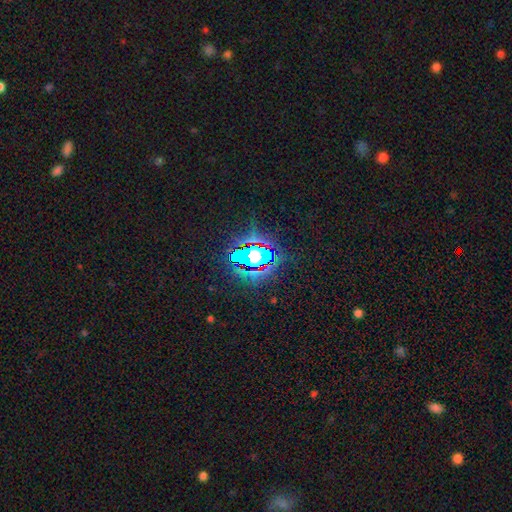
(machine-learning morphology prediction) star or artifact 74%, smooth 14%, featured or disk 12%.